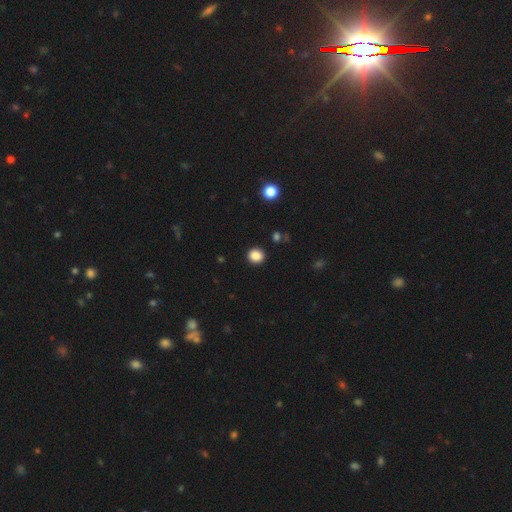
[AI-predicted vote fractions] A smooth galaxy with no disk features (86%) that is round (84%). Merging: none (91%).